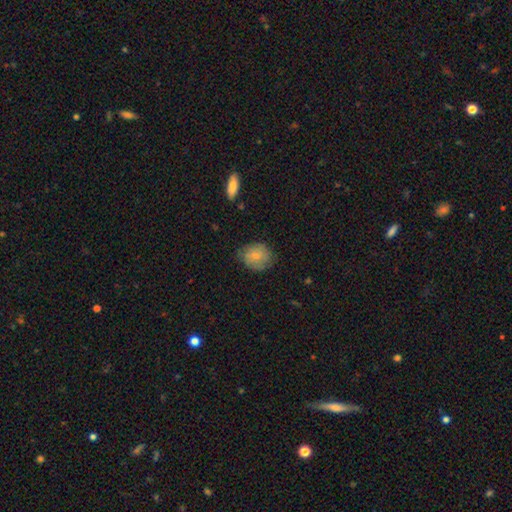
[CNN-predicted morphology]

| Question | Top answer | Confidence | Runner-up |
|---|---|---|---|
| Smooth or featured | smooth | 73% | featured or disk (19%) |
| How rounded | round | 67% | in between (32%) |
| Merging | none | 70% | minor disturbance (23%) |